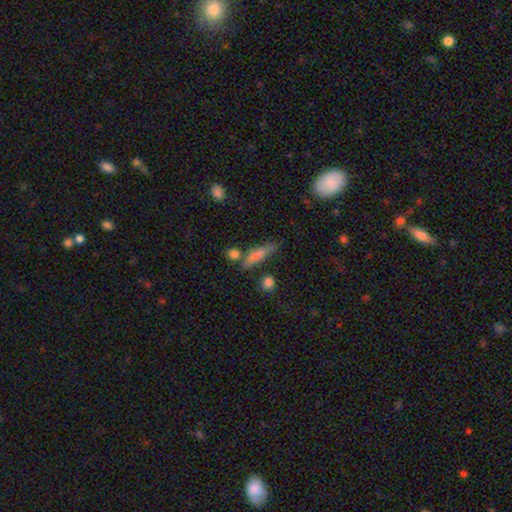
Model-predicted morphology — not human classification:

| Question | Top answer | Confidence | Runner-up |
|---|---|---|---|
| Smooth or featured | smooth | 69% | featured or disk (22%) |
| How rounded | cigar-shaped | 81% | in between (15%) |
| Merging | none | 68% | minor disturbance (16%) |